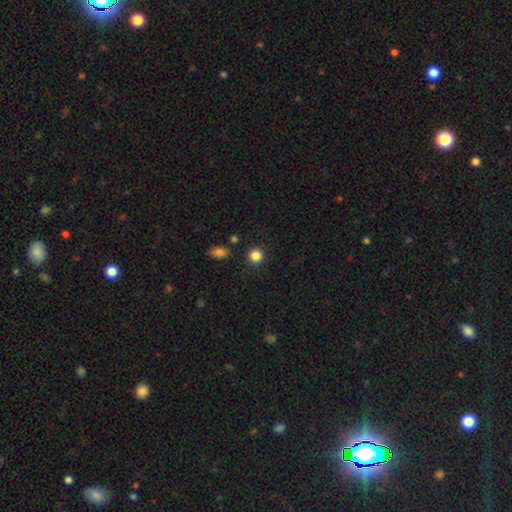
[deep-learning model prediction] Q: Smooth or featured?
A: smooth (85%); runner-up: star or artifact (11%)
Q: How rounded?
A: round (91%); runner-up: in between (8%)
Q: Merging?
A: none (89%); runner-up: minor disturbance (6%)